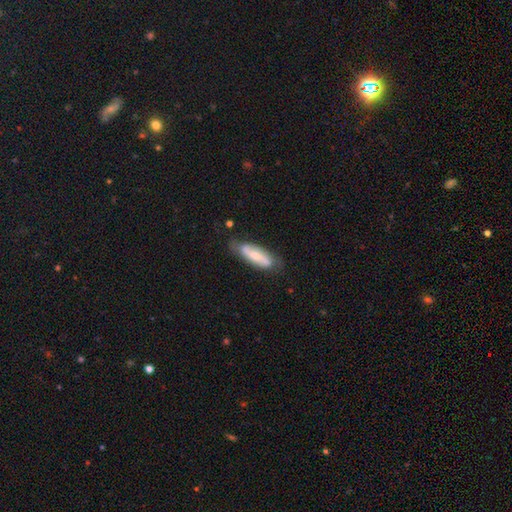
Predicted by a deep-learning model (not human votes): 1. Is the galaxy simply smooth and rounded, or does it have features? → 50% featured or disk, 44% smooth, 6% star or artifact.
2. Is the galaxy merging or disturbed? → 69% none, 23% minor disturbance, 6% major disturbance, 2% merger.